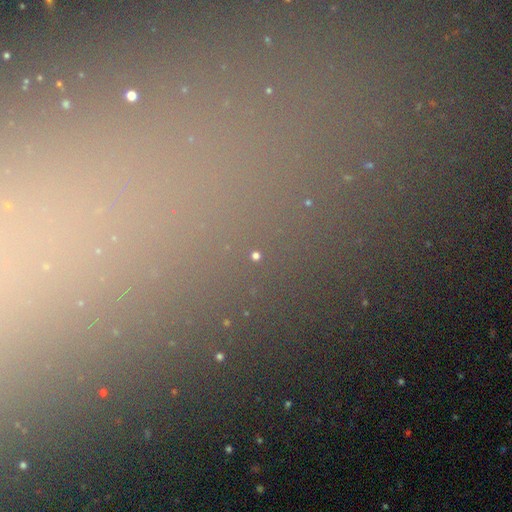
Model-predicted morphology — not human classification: Smooth or featured? star or artifact (61%)